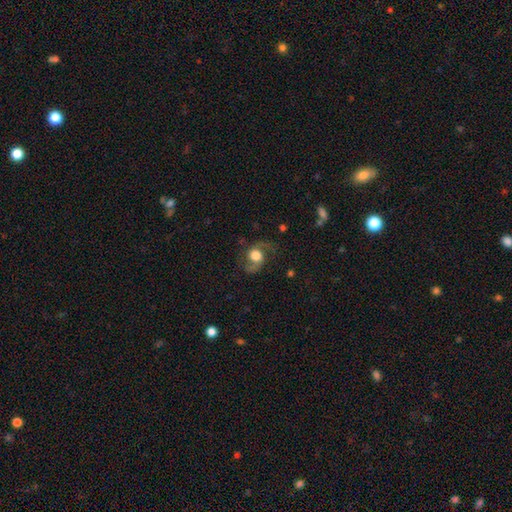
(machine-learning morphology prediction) featured or disk 61%, smooth 30%, star or artifact 8%. Down the decision tree: edge-on disk — no (96%); bar — no (70%); spiral arms — yes (86%); spiral arm count — 2 (89%); spiral winding — loose (54%); bulge size — large (54%); merging — none (64%).